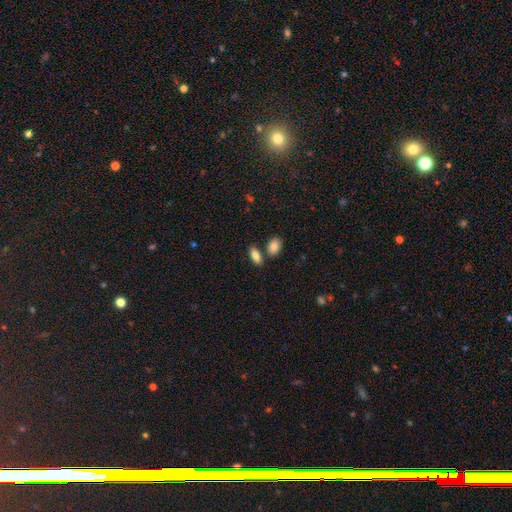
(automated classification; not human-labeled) smooth_or_featured: smooth (p=0.84) [alt: featured or disk p=0.08]
how_rounded: in between (p=0.88) [alt: cigar-shaped p=0.08]
merging: none (p=0.70) [alt: merger p=0.17]